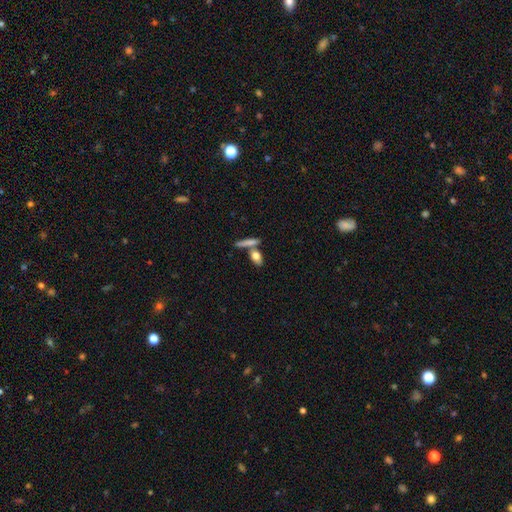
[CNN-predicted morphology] Smooth or featured?
  - smooth: 77% *
  - featured or disk: 16%
  - star or artifact: 7%
How rounded?
  - in between: 67% *
  - cigar-shaped: 22%
  - round: 11%
Merging?
  - none: 55% *
  - merger: 29%
  - minor disturbance: 11%
  - major disturbance: 5%